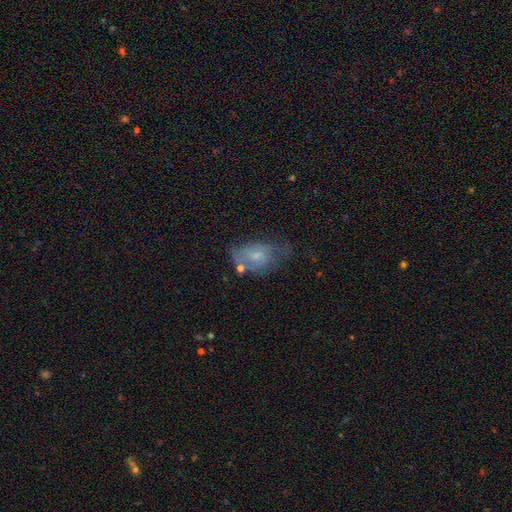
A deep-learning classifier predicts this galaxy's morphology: smooth_or_featured: featured or disk (p=0.50) [alt: smooth p=0.40]
disk_edge_on: no (p=0.95) [alt: yes p=0.05]
merging: none (p=0.38) [alt: minor disturbance p=0.31]